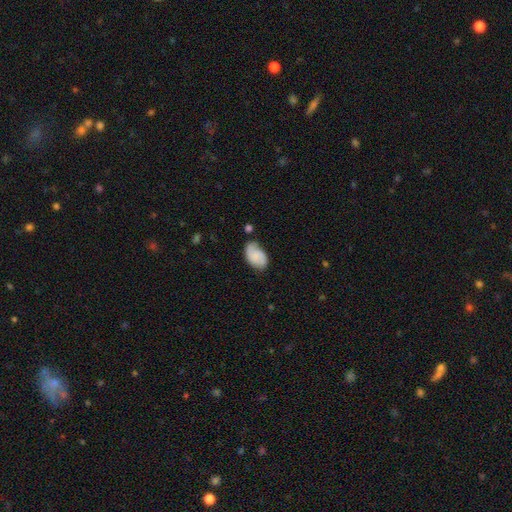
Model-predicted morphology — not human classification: A smooth galaxy with no disk features (61%) that is in between round and cigar-shaped (91%). Merging: none (54%).